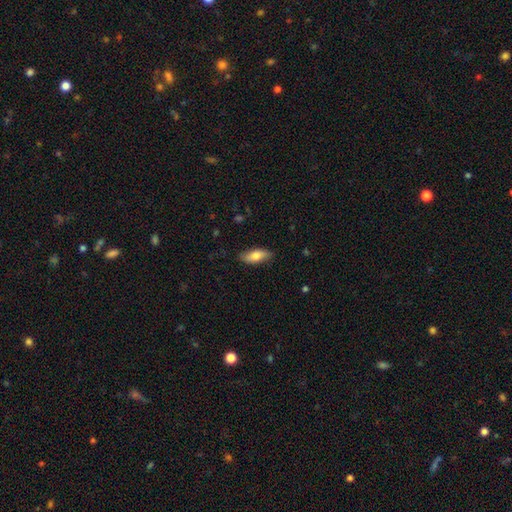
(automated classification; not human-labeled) Q: Smooth or featured?
A: smooth (74%); runner-up: featured or disk (20%)
Q: How rounded?
A: in between (74%); runner-up: cigar-shaped (23%)
Q: Merging?
A: none (83%); runner-up: minor disturbance (13%)